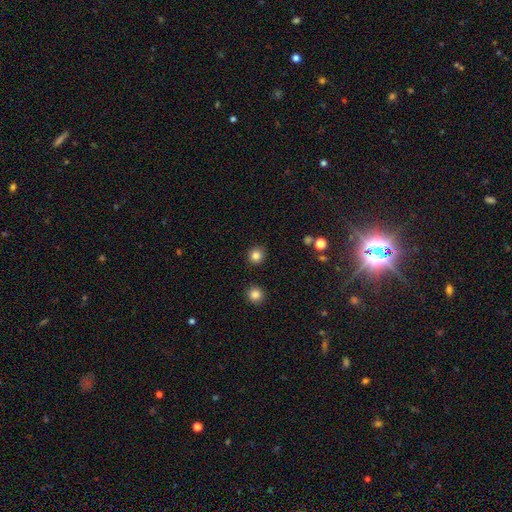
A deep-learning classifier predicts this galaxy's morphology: Overall: smooth (84%). How rounded: round (90%). Merging: none (90%).